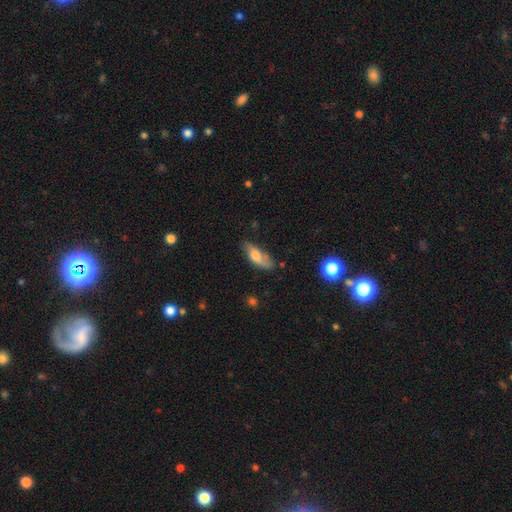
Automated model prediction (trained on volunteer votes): Smooth or featured? Predicted: smooth (p=0.60). How rounded? Predicted: in between (p=0.71). Merging? Predicted: none (p=0.54).